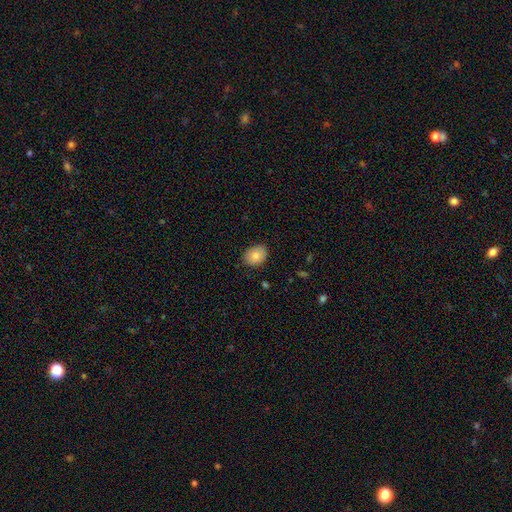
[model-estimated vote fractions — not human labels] smooth 84%, featured or disk 9%, star or artifact 8%. Down the decision tree: how rounded — in between (66%); merging — none (83%).